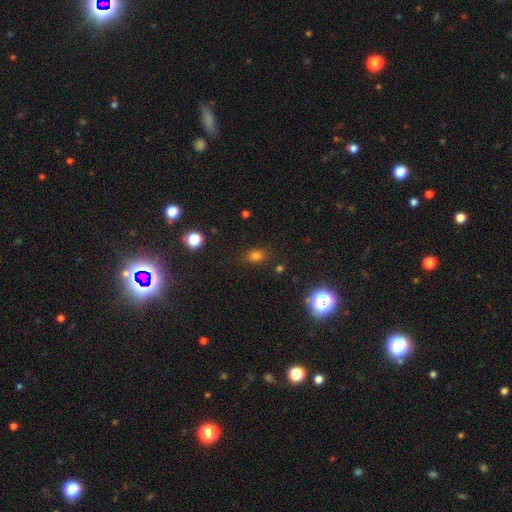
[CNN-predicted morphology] Smooth or featured? smooth (75%)
How rounded? in between (62%)
Merging? none (81%)